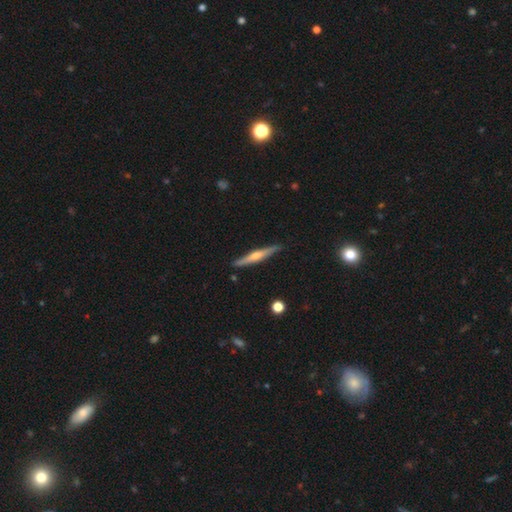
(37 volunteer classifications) A featured or disk galaxy (68%) viewed edge-on (100%) with a rounded central bulge (92%). Merging: none (92%).